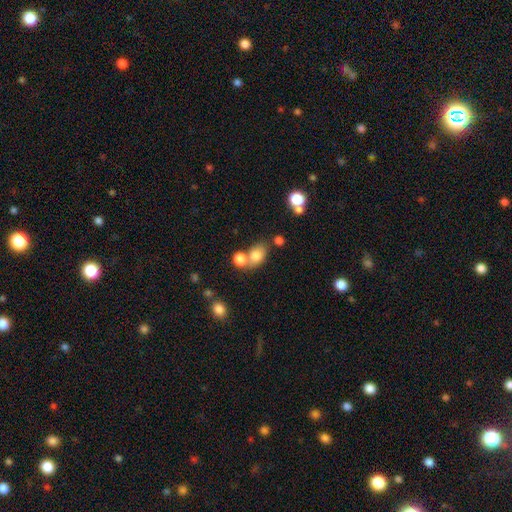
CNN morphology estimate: smooth 78%, featured or disk 11%, star or artifact 11%. Down the decision tree: how rounded — in between (69%); merging — none (51%).